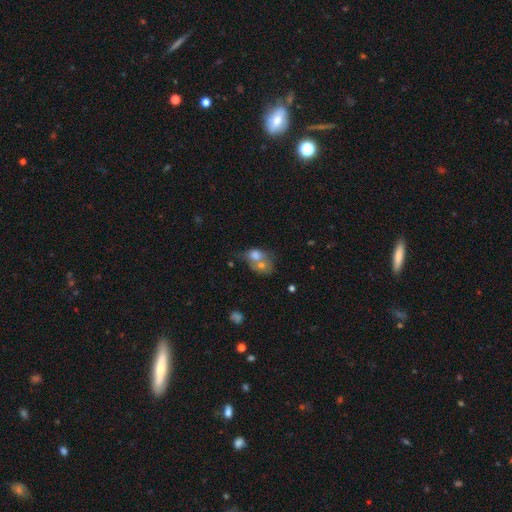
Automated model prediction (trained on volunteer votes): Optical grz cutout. It shows a smooth galaxy with no disk features (68%) that is in between round and cigar-shaped (55%). Merging: merger (70%).